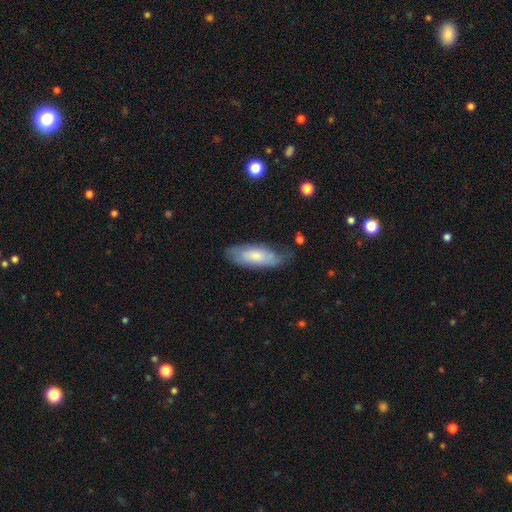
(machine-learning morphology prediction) smooth 60%, featured or disk 34%, star or artifact 6%. Down the decision tree: how rounded — in between (71%); merging — none (63%).